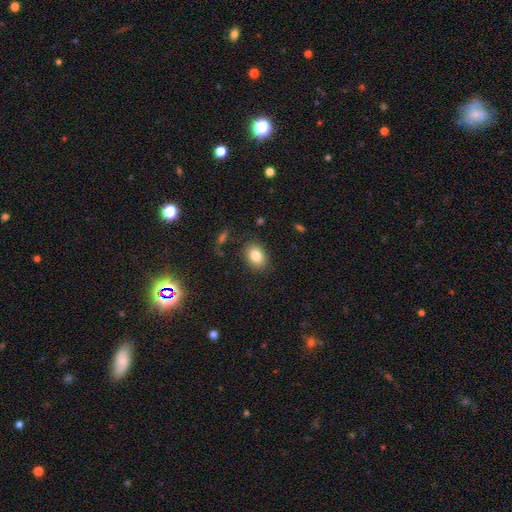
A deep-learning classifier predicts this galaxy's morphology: A smooth galaxy with no disk features (83%) that is in between round and cigar-shaped (73%).

Vote fractions:
- Smooth or featured? smooth: 83% / star or artifact: 9% / featured or disk: 8%
- How rounded? in between: 73% / round: 26% / cigar-shaped: 1%
- Merging? none: 85% / minor disturbance: 10% / major disturbance: 3% / merger: 1%